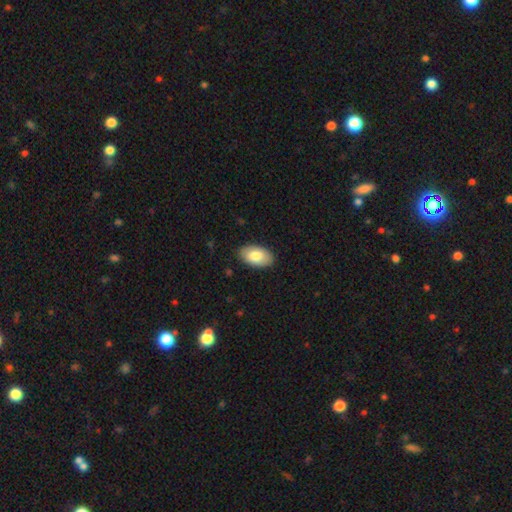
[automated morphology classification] A smooth galaxy with no disk features (81%) that is in between round and cigar-shaped (95%). Merging: none (87%).